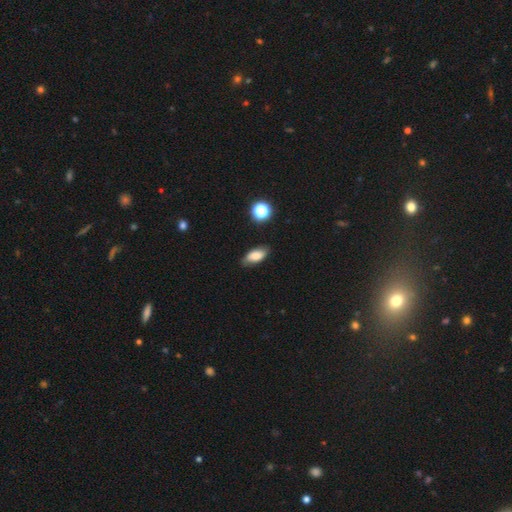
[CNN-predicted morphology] A smooth galaxy with no disk features (76%) that is in between round and cigar-shaped (87%).

Vote fractions:
- Smooth or featured? smooth: 76% / featured or disk: 14% / star or artifact: 9%
- How rounded? in between: 87% / cigar-shaped: 8% / round: 5%
- Merging? none: 78% / minor disturbance: 17% / major disturbance: 3% / merger: 2%